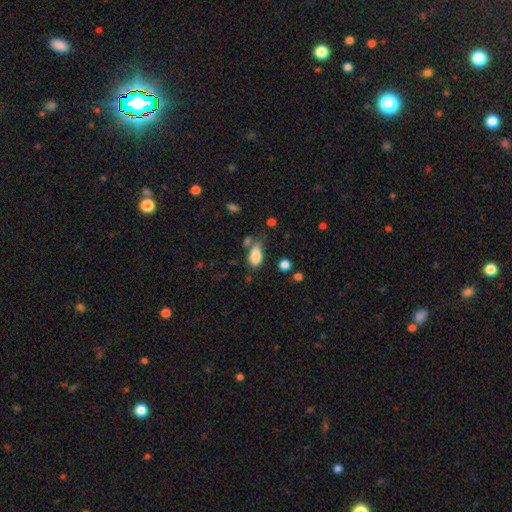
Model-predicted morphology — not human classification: smooth_or_featured: smooth (p=0.82) [alt: star or artifact p=0.09]
how_rounded: in between (p=0.88) [alt: cigar-shaped p=0.07]
merging: none (p=0.47) [alt: minor disturbance p=0.26]